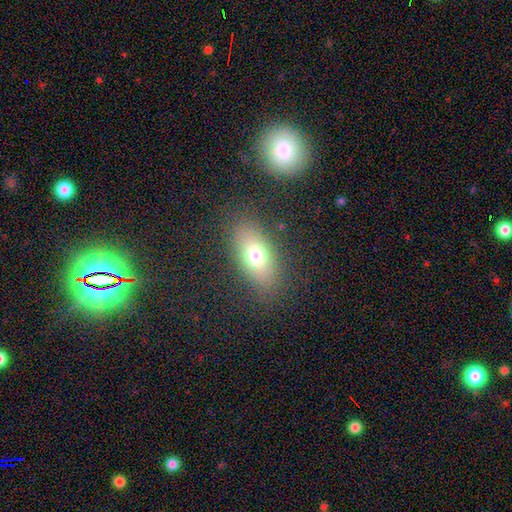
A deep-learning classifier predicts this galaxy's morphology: smooth 71%, featured or disk 17%, star or artifact 11%. Down the decision tree: how rounded — in between (84%); merging — none (83%).